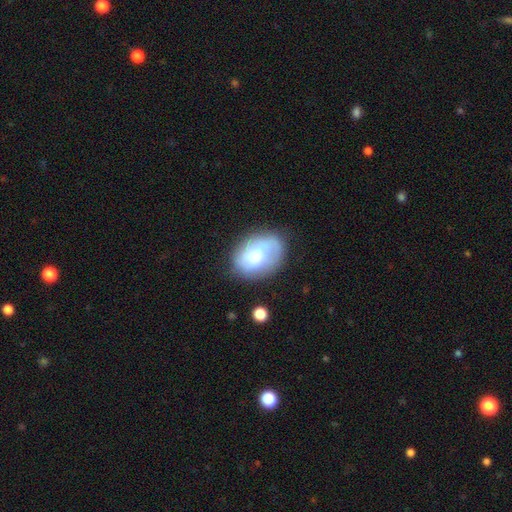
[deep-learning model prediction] Smooth or featured: smooth — 60% (featured or disk — 32%)
How rounded: in between — 70% (round — 29%)
Merging: none — 59% (minor disturbance — 26%)